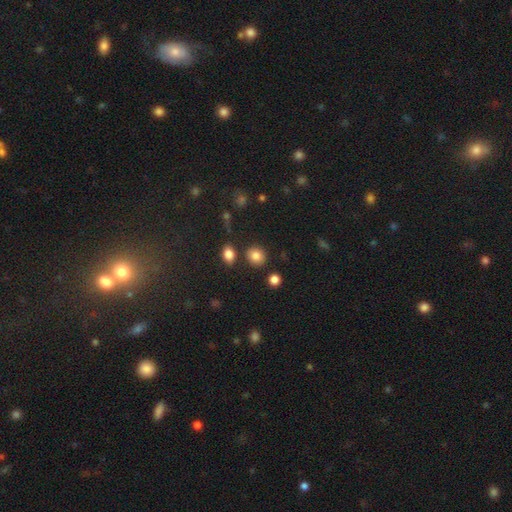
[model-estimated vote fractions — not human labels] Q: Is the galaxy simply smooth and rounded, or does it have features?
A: smooth — 84%.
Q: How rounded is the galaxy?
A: round — 82%.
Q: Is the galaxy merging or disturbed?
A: none — 84%.